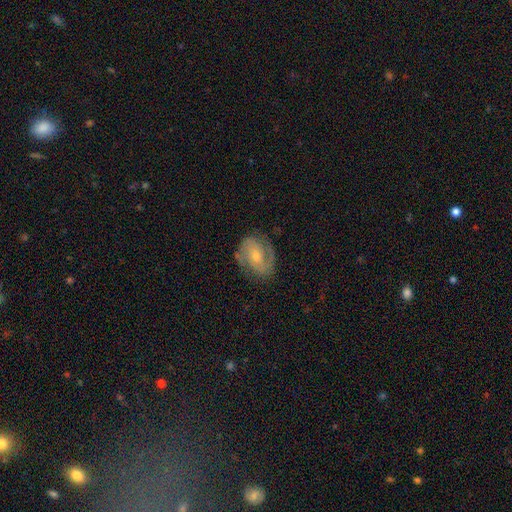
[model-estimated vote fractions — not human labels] The model was most divided on "bulge size": small: 49%, moderate: 46%, large: 2%, none: 2%, dominant: 1%. Remaining: edge-on disk — no (97%); spiral arms — yes (92%); spiral arm count — 2 (82%); merging — none (77%); smooth or featured — featured or disk (77%); bar — no (54%); spiral winding — medium (46%).